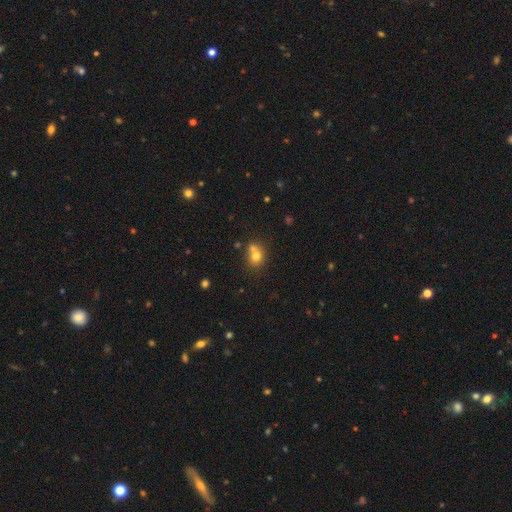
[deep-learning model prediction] Smooth or featured? Predicted: smooth (p=0.72). How rounded? Predicted: round (p=0.70). Merging? Predicted: merger (p=0.47).